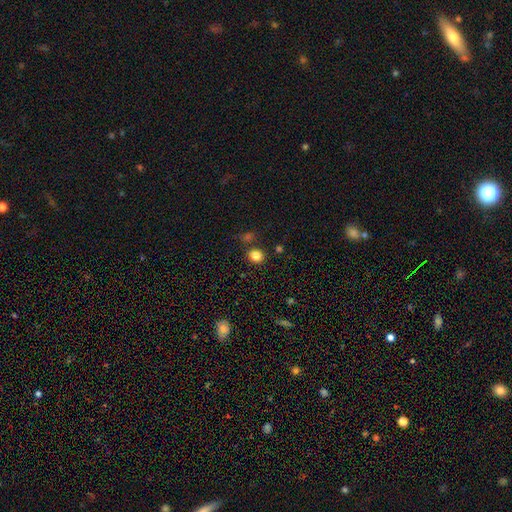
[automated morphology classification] This is clearly a smooth galaxy (84%). How rounded: likely round (76%). Merging: clearly none (81%).